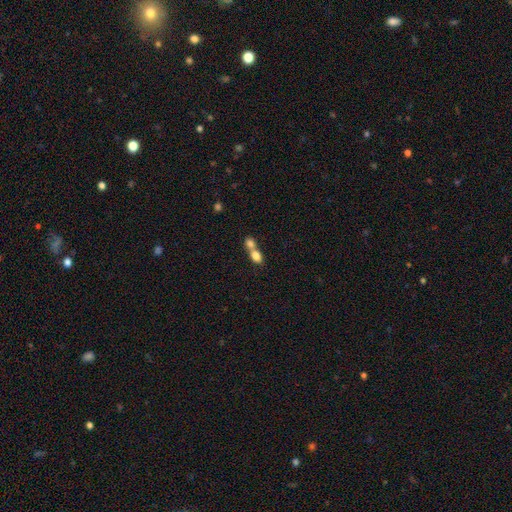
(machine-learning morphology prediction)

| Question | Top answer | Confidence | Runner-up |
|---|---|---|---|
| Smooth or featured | smooth | 79% | featured or disk (12%) |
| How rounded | in between | 71% | round (25%) |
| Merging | merger | 72% | none (20%) |